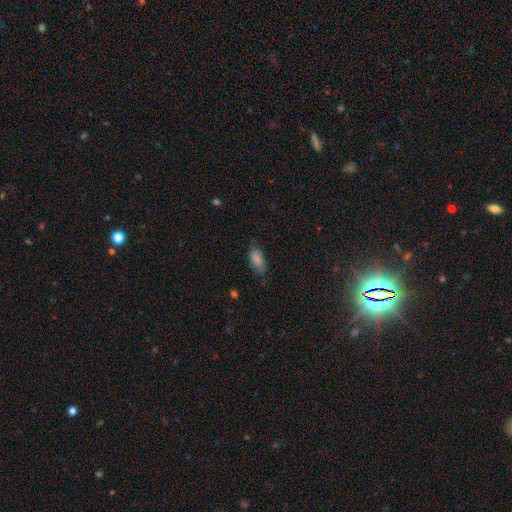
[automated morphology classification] smooth-or-featured: smooth: 56% | star or artifact: 24% | featured or disk: 19%
  how-rounded: in between: 80% | cigar-shaped: 15% | round: 6%
  merging: none: 72% | minor disturbance: 20% | major disturbance: 6% | merger: 2%